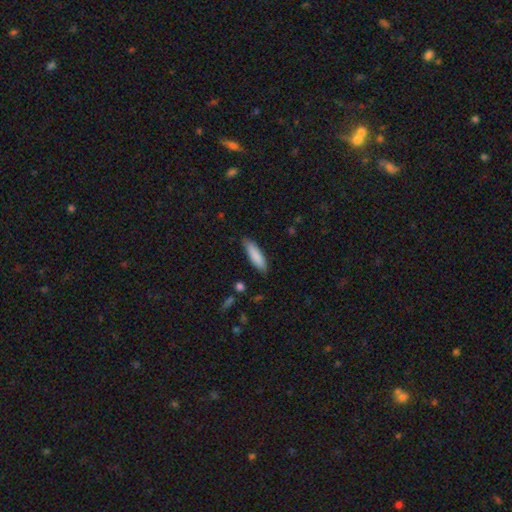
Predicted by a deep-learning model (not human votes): This appears to be a smooth galaxy with no disk features (86%) that is cigar-shaped (62%). Merging: none (84%).